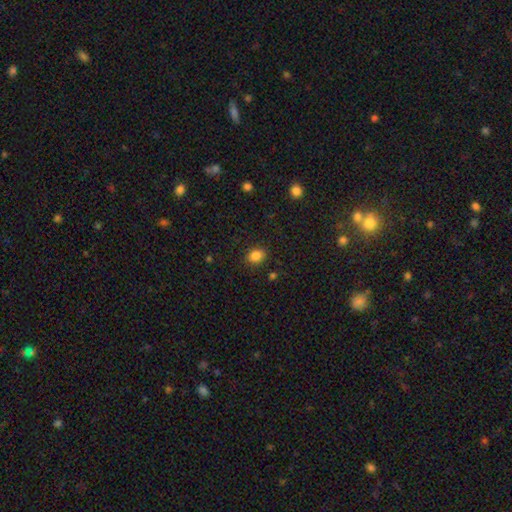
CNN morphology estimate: Smooth or featured: smooth — 85% (star or artifact — 11%)
How rounded: in between — 58% (round — 41%)
Merging: none — 87% (minor disturbance — 9%)